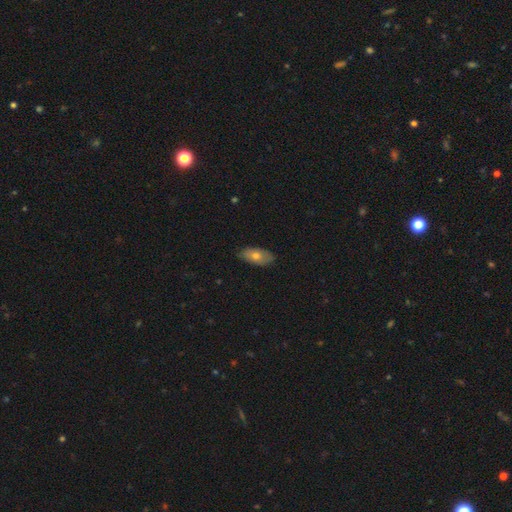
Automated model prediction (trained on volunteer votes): smooth_or_featured: smooth (p=0.64) [alt: featured or disk p=0.29]
how_rounded: in between (p=0.88) [alt: cigar-shaped p=0.08]
merging: none (p=0.82) [alt: minor disturbance p=0.15]